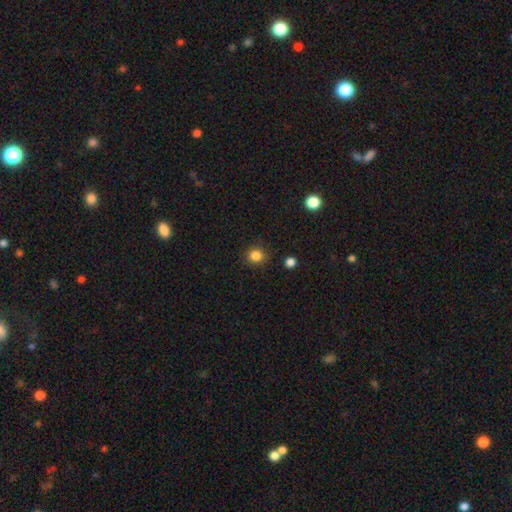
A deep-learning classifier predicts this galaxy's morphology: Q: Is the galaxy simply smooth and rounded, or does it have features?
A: smooth — 84%.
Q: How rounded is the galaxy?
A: round — 89%.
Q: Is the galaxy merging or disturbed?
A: none — 88%.